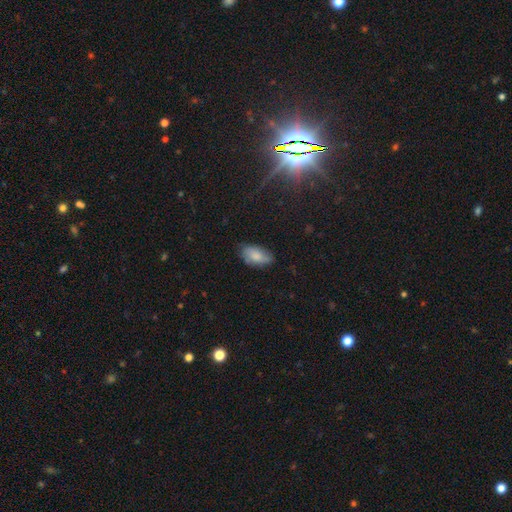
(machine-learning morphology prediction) Smooth or featured?
  - smooth: 77% *
  - featured or disk: 15%
  - star or artifact: 8%
How rounded?
  - in between: 93% *
  - cigar-shaped: 4%
  - round: 3%
Merging?
  - none: 71% *
  - minor disturbance: 23%
  - major disturbance: 5%
  - merger: 1%